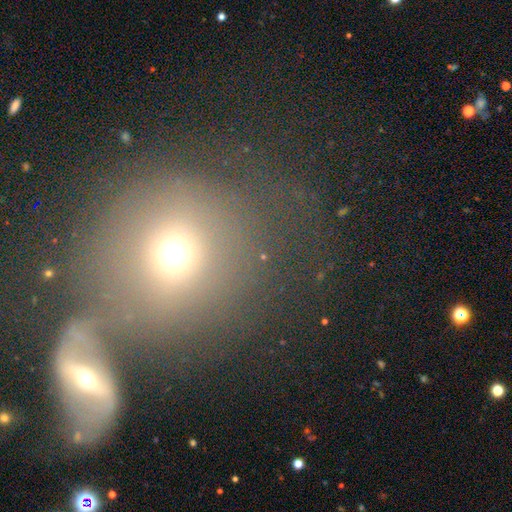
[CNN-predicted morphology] smooth_or_featured: smooth (p=0.58) [alt: featured or disk p=0.22]
how_rounded: round (p=0.88) [alt: in between p=0.10]
merging: none (p=0.49) [alt: merger p=0.28]